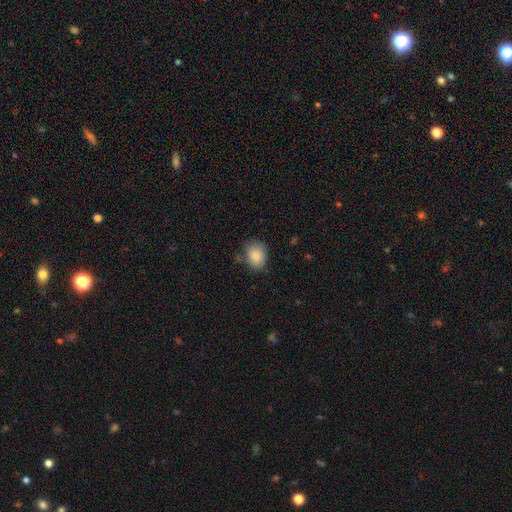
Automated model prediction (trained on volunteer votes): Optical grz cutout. It shows a smooth galaxy with no disk features (86%) that is round (54%). Merging: none (69%).